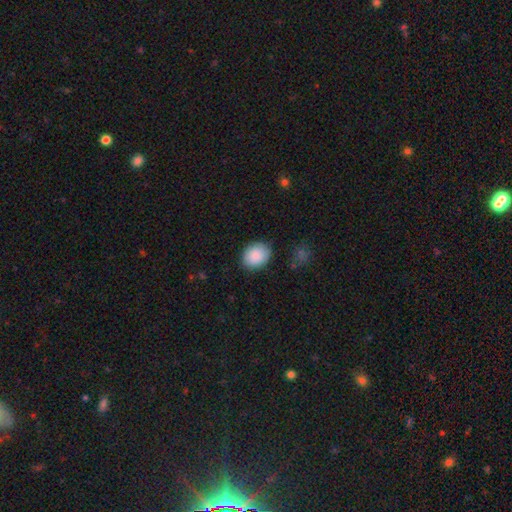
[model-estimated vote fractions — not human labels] Smooth or featured?
  - smooth: 89% *
  - star or artifact: 7%
  - featured or disk: 4%
How rounded?
  - in between: 57% *
  - round: 42%
  - cigar-shaped: 1%
Merging?
  - none: 84% *
  - minor disturbance: 12%
  - major disturbance: 3%
  - merger: 2%